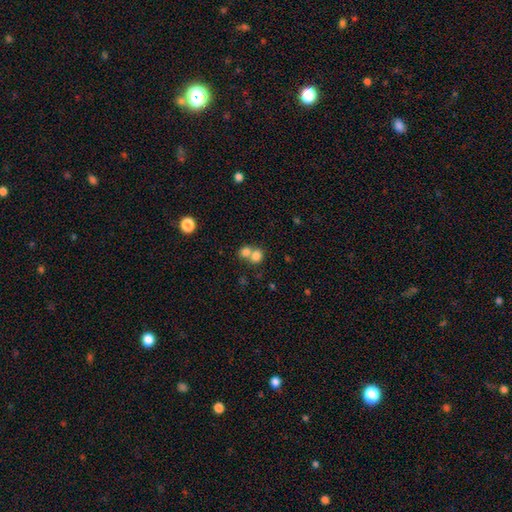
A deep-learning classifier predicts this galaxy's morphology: A smooth galaxy with no disk features (77%) that is round (71%).

Vote fractions:
- Smooth or featured? smooth: 77% / star or artifact: 12% / featured or disk: 11%
- How rounded? round: 71% / in between: 28% / cigar-shaped: 1%
- Merging? merger: 60% / none: 33% / minor disturbance: 5% / major disturbance: 3%